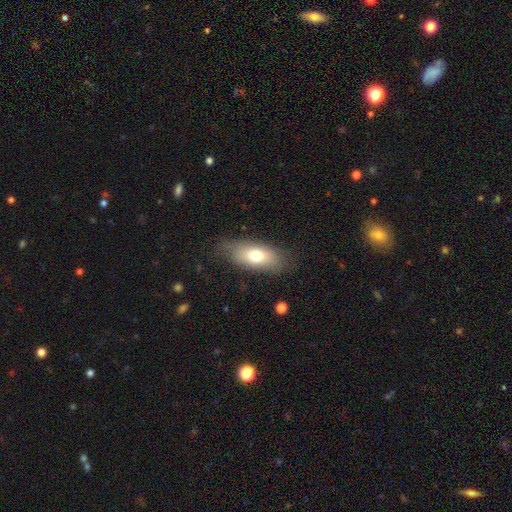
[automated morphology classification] smooth_or_featured: smooth (p=0.71) [alt: featured or disk p=0.21]
how_rounded: in between (p=0.84) [alt: cigar-shaped p=0.10]
merging: none (p=0.72) [alt: minor disturbance p=0.19]